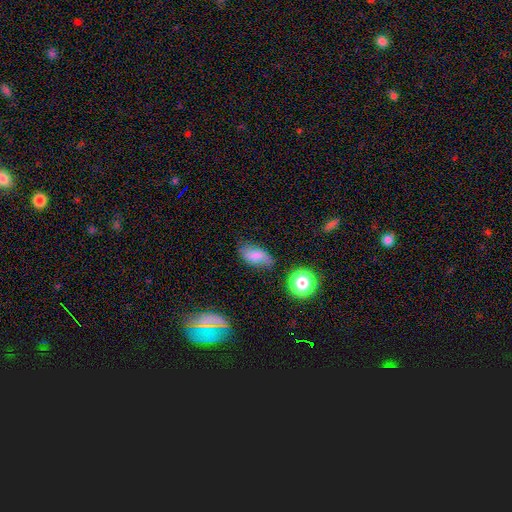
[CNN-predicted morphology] smooth_or_featured: smooth (p=0.67) [alt: featured or disk p=0.22]
how_rounded: in between (p=0.87) [alt: round p=0.08]
merging: none (p=0.65) [alt: minor disturbance p=0.24]